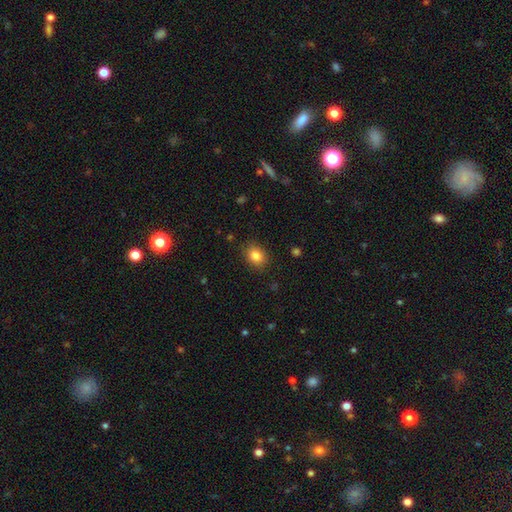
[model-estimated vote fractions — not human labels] smooth_or_featured: smooth (p=0.84) [alt: star or artifact p=0.10]
how_rounded: in between (p=0.55) [alt: round p=0.44]
merging: none (p=0.86) [alt: minor disturbance p=0.10]